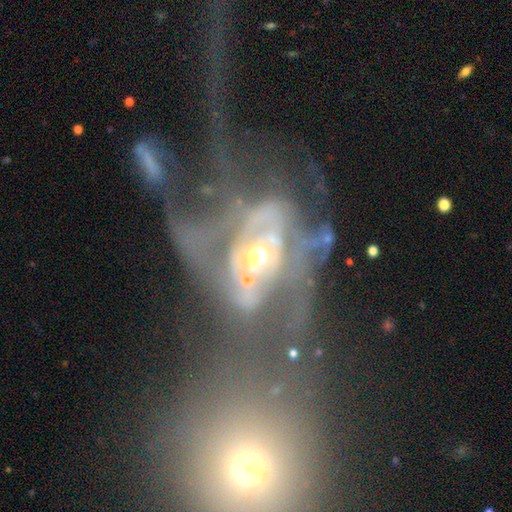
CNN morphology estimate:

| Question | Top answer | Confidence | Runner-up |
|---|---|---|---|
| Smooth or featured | featured or disk | 74% | star or artifact (13%) |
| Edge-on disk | no | 95% | yes (5%) |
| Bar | no | 70% | weak (20%) |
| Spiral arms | yes | 60% | no (40%) |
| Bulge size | moderate | 54% | small (33%) |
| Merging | merger | 58% | major disturbance (29%) |